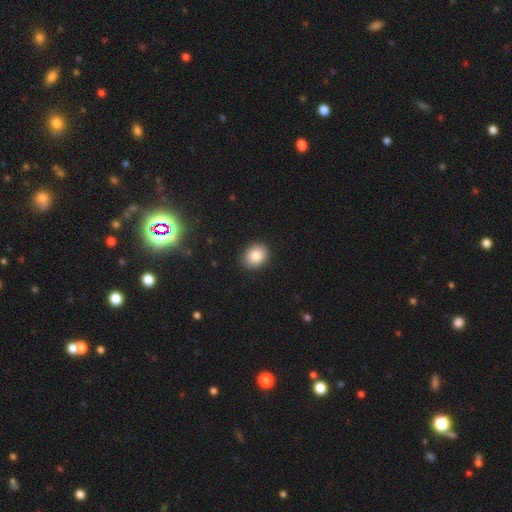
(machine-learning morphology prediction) A smooth galaxy with no disk features (84%) that is round (53%). Merging: none (88%).